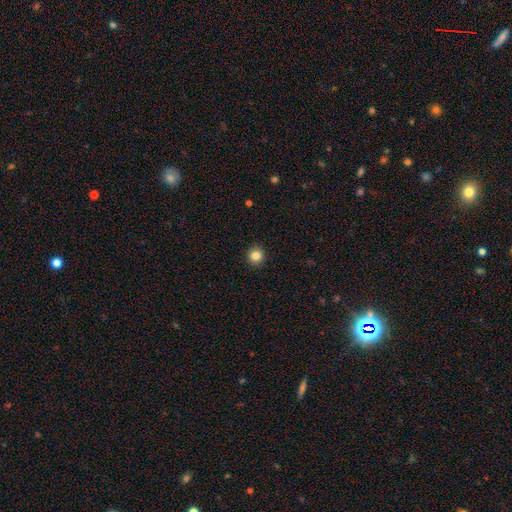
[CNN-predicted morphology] Smooth or featured?
  - smooth: 84% *
  - star or artifact: 11%
  - featured or disk: 5%
How rounded?
  - round: 93% *
  - in between: 6%
  - cigar-shaped: 1%
Merging?
  - none: 92% *
  - minor disturbance: 5%
  - major disturbance: 2%
  - merger: 1%